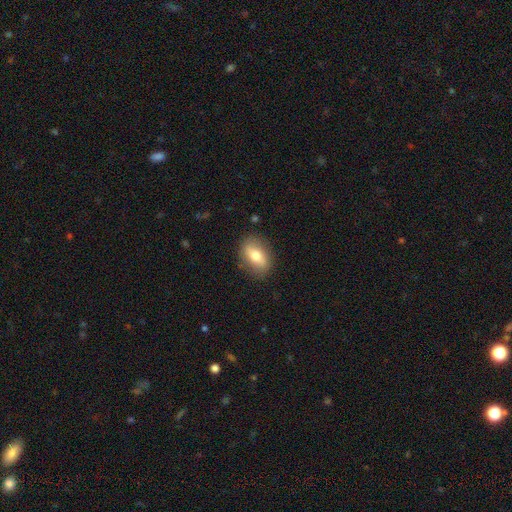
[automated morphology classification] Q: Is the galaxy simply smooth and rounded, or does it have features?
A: smooth — 65%.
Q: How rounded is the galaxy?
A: in between — 82%.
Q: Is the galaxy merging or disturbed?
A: none — 83%.